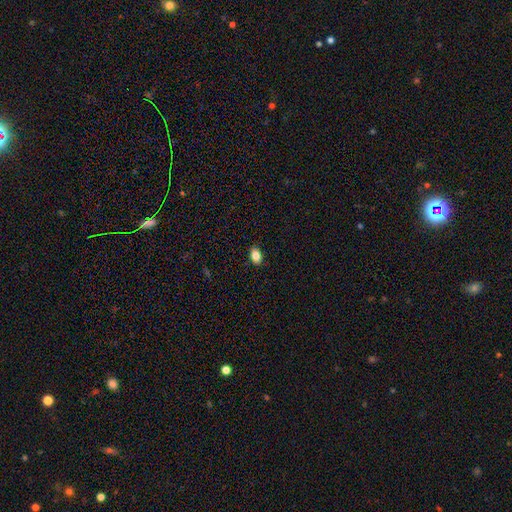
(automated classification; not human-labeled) Smooth or featured? Predicted: smooth (p=0.84). How rounded? Predicted: in between (p=0.86). Merging? Predicted: none (p=0.87).